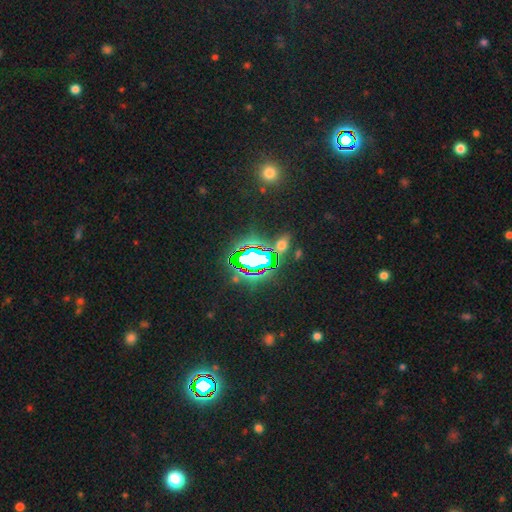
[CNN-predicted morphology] This is likely a star or artifact rather than a galaxy (69%).